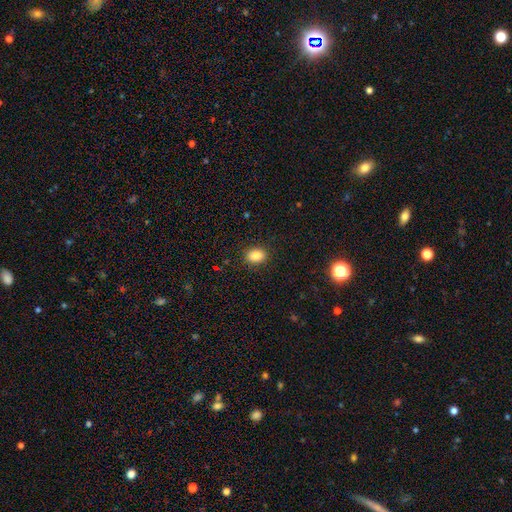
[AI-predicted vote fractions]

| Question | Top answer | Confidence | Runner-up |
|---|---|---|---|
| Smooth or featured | smooth | 86% | star or artifact (10%) |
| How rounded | in between | 69% | round (30%) |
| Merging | none | 89% | minor disturbance (8%) |